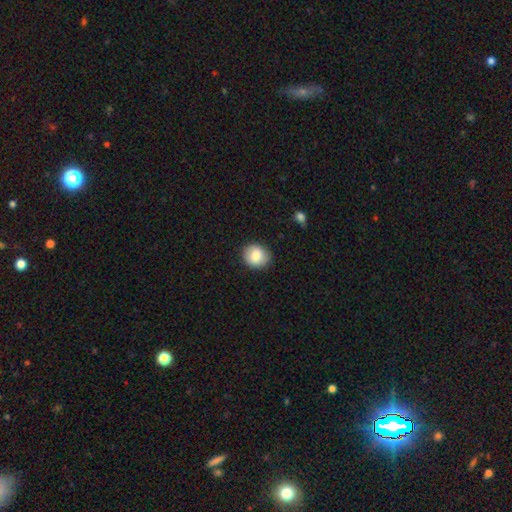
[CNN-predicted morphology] Smooth or featured? smooth (81%)
How rounded? round (76%)
Merging? none (88%)